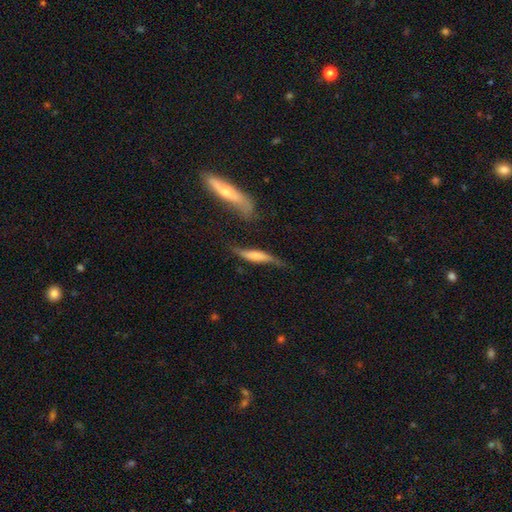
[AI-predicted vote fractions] featured or disk 48%, smooth 45%, star or artifact 7%. Down the decision tree: merging — none (52%).